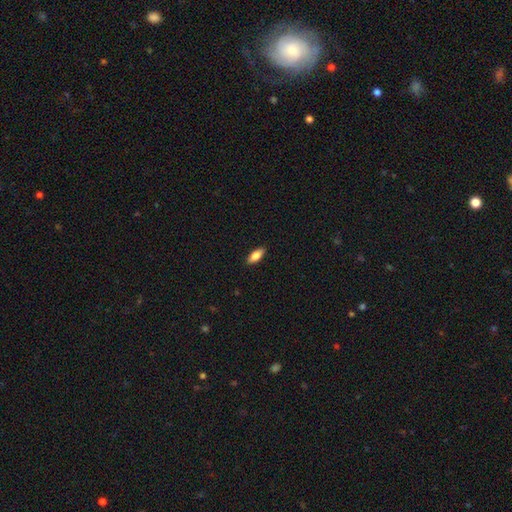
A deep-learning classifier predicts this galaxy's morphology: Q: Smooth or featured?
A: smooth (81%); runner-up: featured or disk (13%)
Q: How rounded?
A: in between (80%); runner-up: cigar-shaped (18%)
Q: Merging?
A: none (90%); runner-up: minor disturbance (8%)